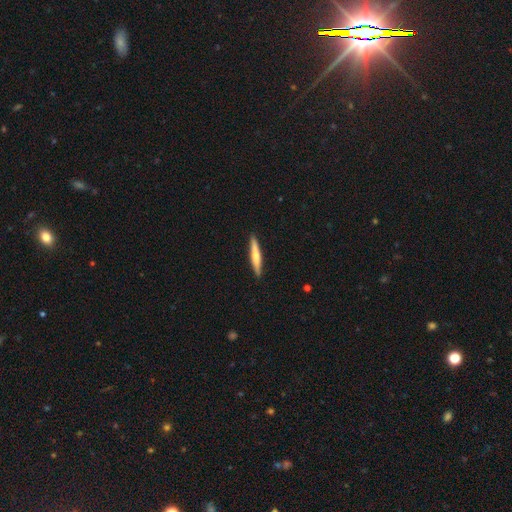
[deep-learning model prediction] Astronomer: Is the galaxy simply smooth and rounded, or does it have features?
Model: smooth — 54% (runner-up: featured or disk, 41%).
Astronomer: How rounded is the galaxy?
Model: cigar-shaped — 93%.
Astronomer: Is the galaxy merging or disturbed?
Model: none — 91%.